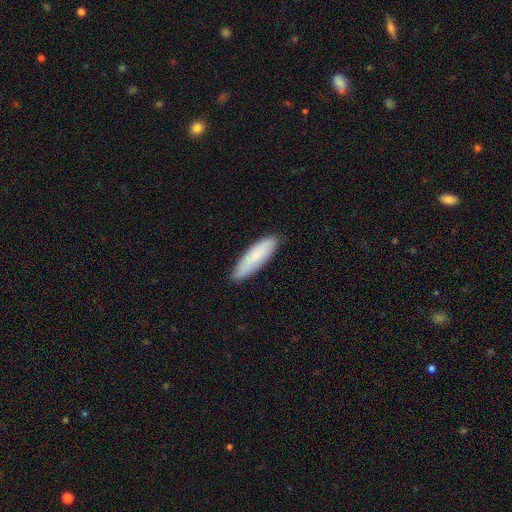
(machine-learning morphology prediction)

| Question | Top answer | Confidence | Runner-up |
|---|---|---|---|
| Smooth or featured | smooth | 78% | featured or disk (15%) |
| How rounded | cigar-shaped | 60% | in between (38%) |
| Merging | none | 85% | minor disturbance (12%) |